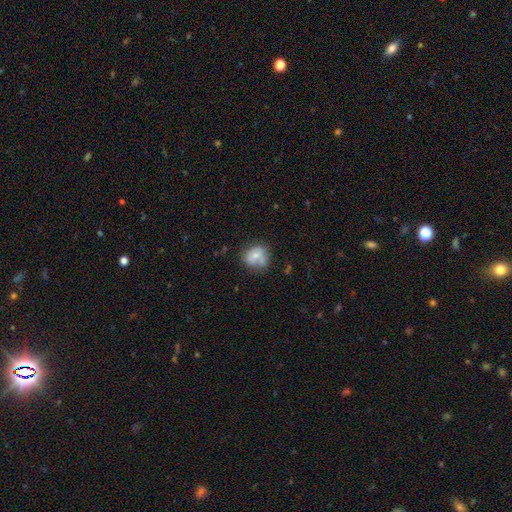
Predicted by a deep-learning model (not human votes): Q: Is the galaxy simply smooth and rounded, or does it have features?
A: smooth — 64%.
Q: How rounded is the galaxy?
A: round — 68%.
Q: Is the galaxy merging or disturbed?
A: none — 54%.